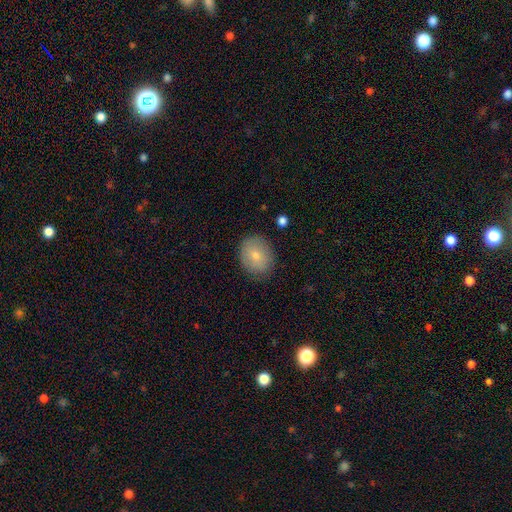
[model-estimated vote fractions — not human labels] The model was most divided on "how rounded": round: 56%, in between: 43%, cigar-shaped: 1%. More confident: merging — none (82%); smooth or featured — smooth (76%).